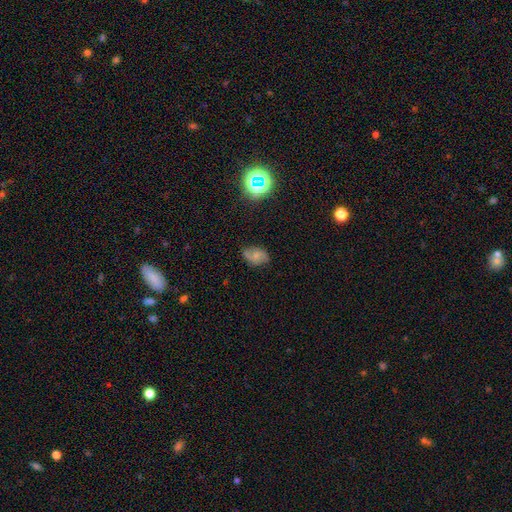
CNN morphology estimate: This is possibly a featured or disk galaxy (52%). It is clearly not viewed edge-on (96%). Bar: possibly no (59%). Spiral arm pattern: clearly yes (88%). Central bulge: possibly small (49%). Merging: likely none (75%).